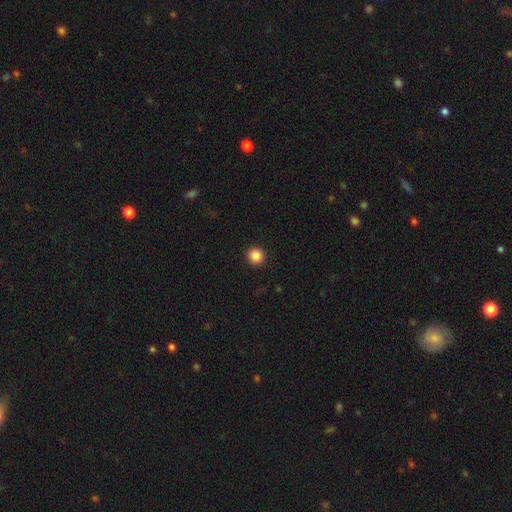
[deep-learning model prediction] Overall: smooth (86%). How rounded: round (95%). Merging: none (93%).